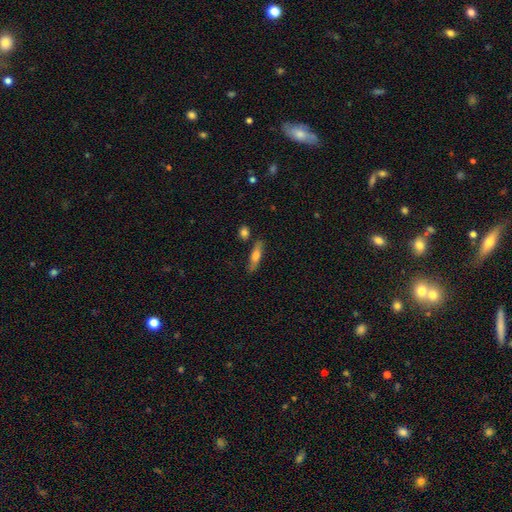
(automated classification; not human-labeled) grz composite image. It shows a smooth galaxy with no disk features (59%) that is cigar-shaped (70%). Merging: none (79%).